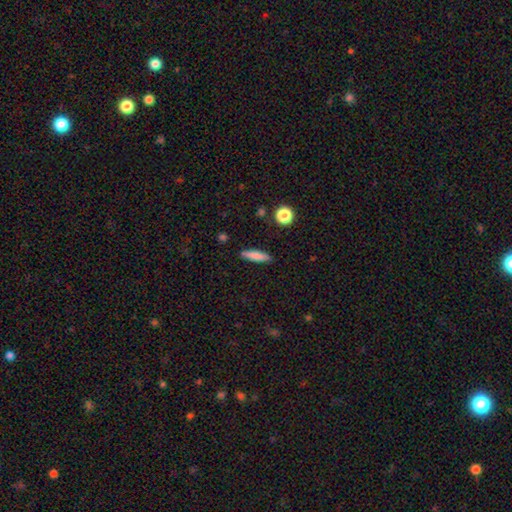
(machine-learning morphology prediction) smooth 80%, featured or disk 13%, star or artifact 7%. Down the decision tree: how rounded — cigar-shaped (77%); merging — none (88%).